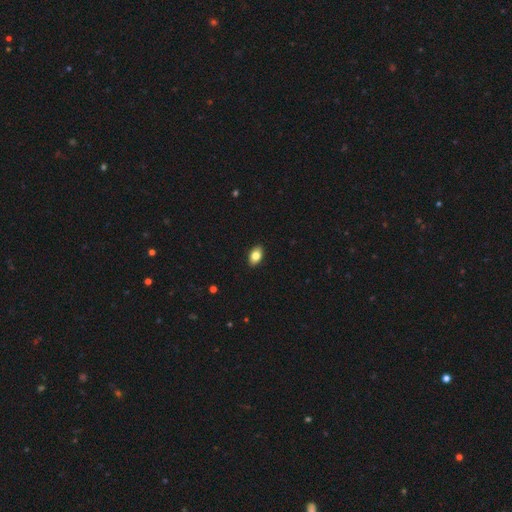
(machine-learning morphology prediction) Q: Smooth or featured?
A: smooth (81%); runner-up: featured or disk (11%)
Q: How rounded?
A: in between (90%); runner-up: round (8%)
Q: Merging?
A: none (90%); runner-up: minor disturbance (7%)